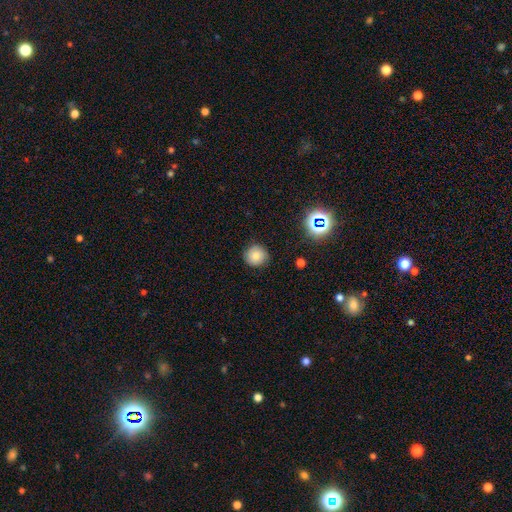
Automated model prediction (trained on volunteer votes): smooth 77%, star or artifact 14%, featured or disk 10%. Down the decision tree: how rounded — round (93%); merging — none (88%).